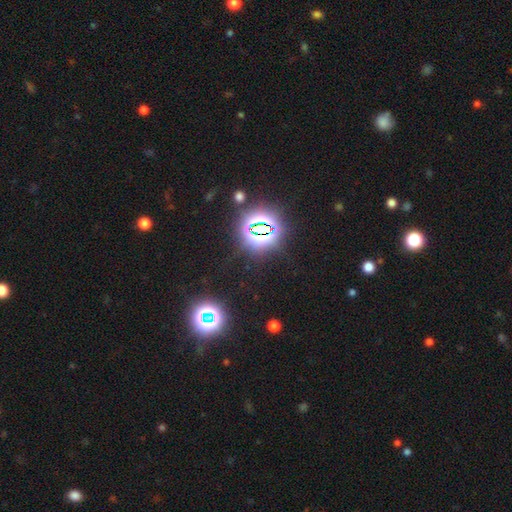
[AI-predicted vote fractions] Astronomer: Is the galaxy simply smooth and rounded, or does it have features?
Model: star or artifact — 84%.